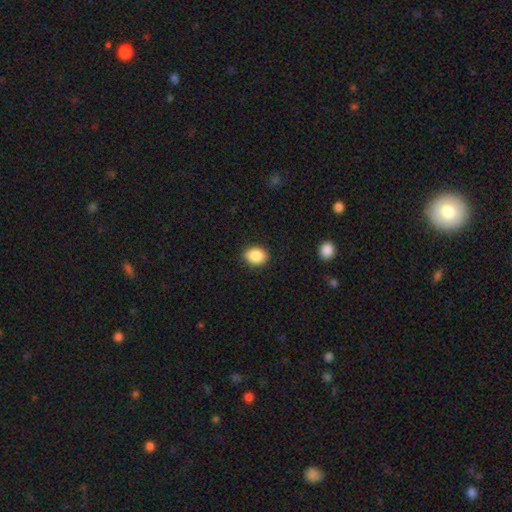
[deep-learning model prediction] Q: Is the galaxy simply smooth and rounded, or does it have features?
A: smooth — 88%.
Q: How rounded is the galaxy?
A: in between — 60%.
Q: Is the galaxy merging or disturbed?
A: none — 89%.